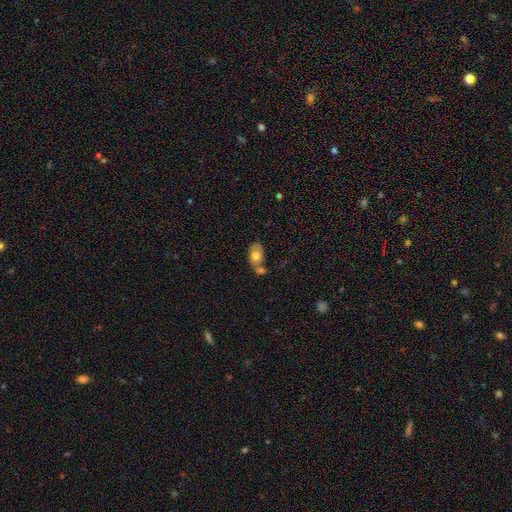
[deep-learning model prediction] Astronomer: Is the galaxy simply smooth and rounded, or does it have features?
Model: smooth — 73%.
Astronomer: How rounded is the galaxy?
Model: in between — 80%.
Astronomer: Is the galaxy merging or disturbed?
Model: merger — 40% (runner-up: none, 39%).